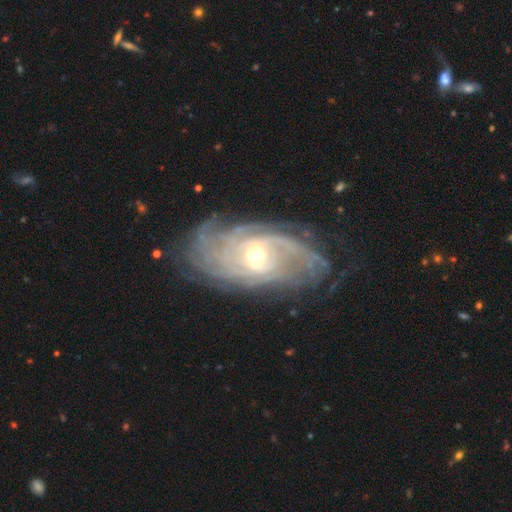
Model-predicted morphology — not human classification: This appears to be a featured or disk galaxy (87%) with no bar (53%), tight (69%) spiral arms (96%) and a small central bulge (49%). Merging: none (71%).